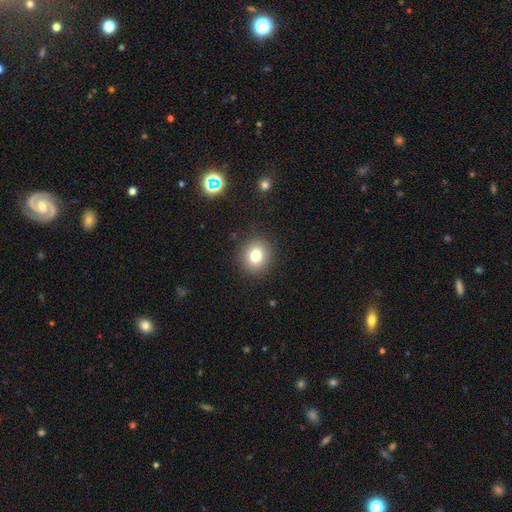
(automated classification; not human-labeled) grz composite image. It shows a smooth galaxy with no disk features (77%) that is round (80%). Merging: none (89%).